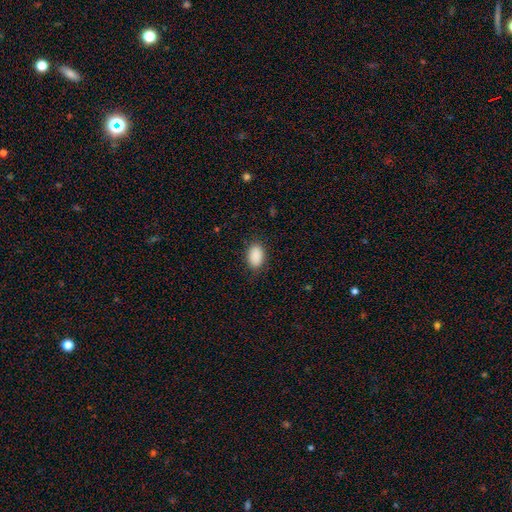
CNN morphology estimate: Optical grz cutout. It shows a smooth galaxy with no disk features (90%) that is in between round and cigar-shaped (89%). Merging: none (86%).